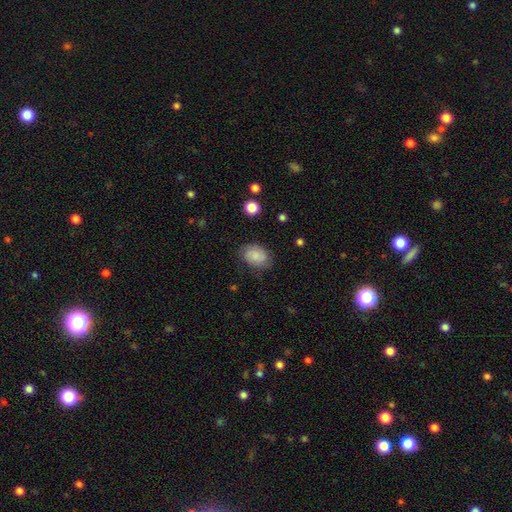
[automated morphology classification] Smooth or featured: smooth — 79% (featured or disk — 14%)
How rounded: in between — 77% (round — 22%)
Merging: none — 78% (minor disturbance — 16%)